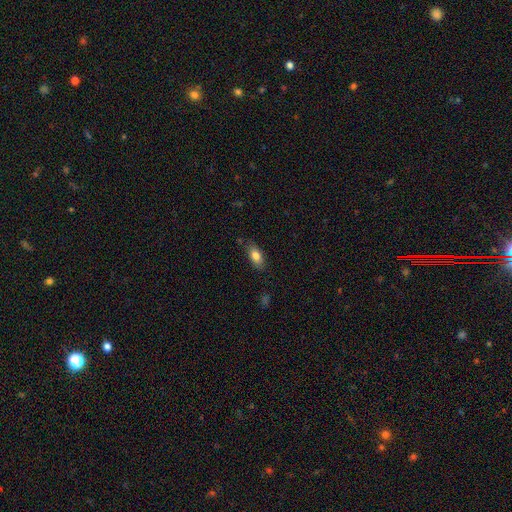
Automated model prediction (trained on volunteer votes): Overall: smooth (80%). How rounded: in between (86%). Merging: none (79%).